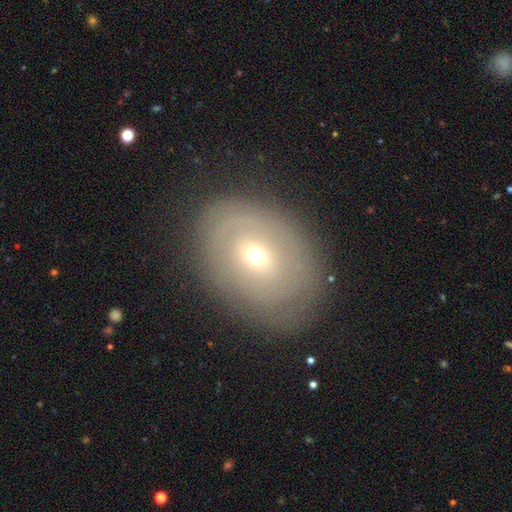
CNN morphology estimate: Smooth or featured?
  - featured or disk: 52% *
  - smooth: 38%
  - star or artifact: 10%
Edge-on disk?
  - no: 93% *
  - yes: 7%
Merging?
  - none: 78% *
  - minor disturbance: 14%
  - major disturbance: 6%
  - merger: 1%